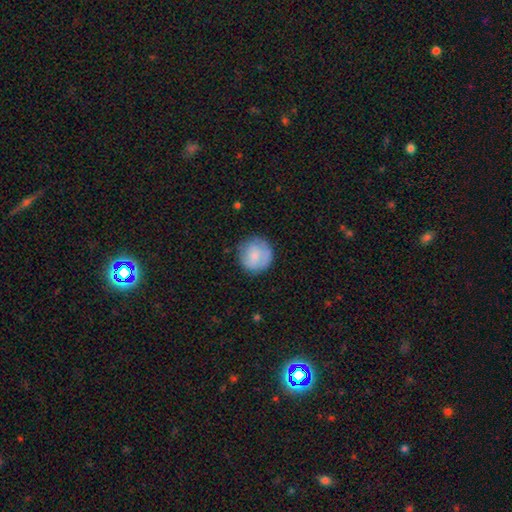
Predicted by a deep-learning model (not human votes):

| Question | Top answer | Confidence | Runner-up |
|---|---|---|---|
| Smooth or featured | smooth | 74% | featured or disk (19%) |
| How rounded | round | 93% | in between (6%) |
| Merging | none | 76% | minor disturbance (17%) |